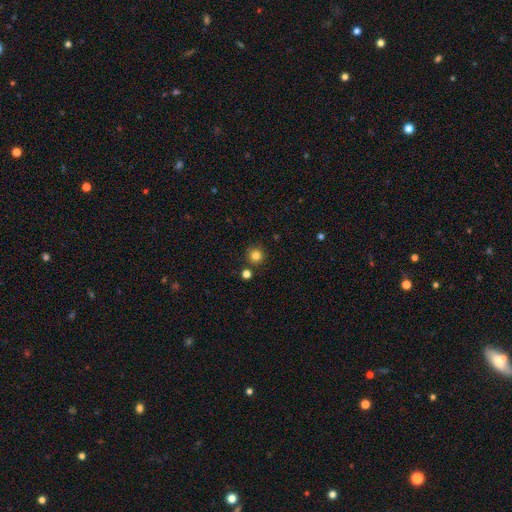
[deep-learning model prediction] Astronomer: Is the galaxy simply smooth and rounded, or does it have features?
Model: smooth — 83%.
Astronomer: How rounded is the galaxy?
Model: round — 95%.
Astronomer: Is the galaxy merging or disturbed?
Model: none — 86%.